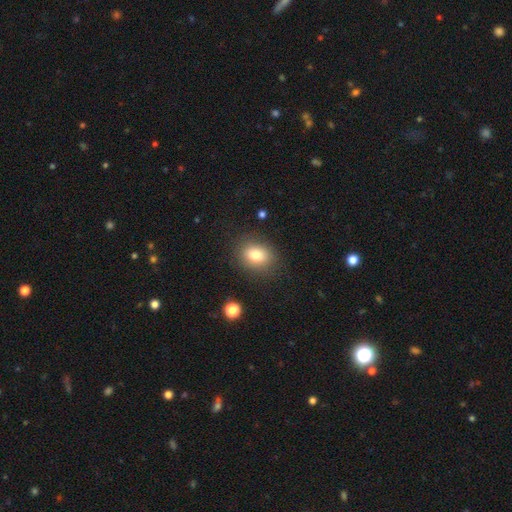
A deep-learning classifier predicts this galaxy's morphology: This appears to be a smooth galaxy with no disk features (78%) that is in between round and cigar-shaped (55%). Merging: none (84%).